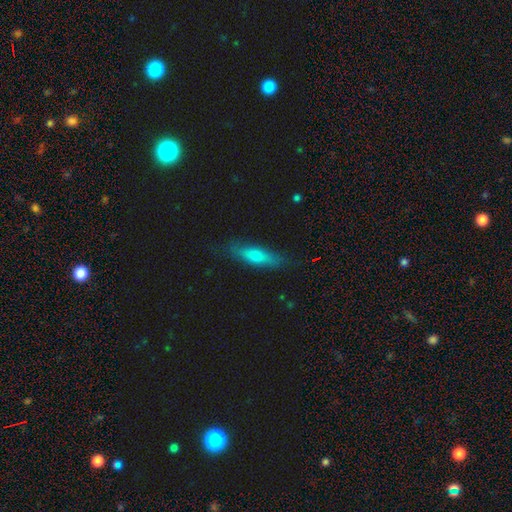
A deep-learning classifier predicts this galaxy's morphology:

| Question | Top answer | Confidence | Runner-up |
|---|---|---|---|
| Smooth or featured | smooth | 60% | featured or disk (33%) |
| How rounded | cigar-shaped | 60% | in between (37%) |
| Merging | none | 82% | minor disturbance (13%) |